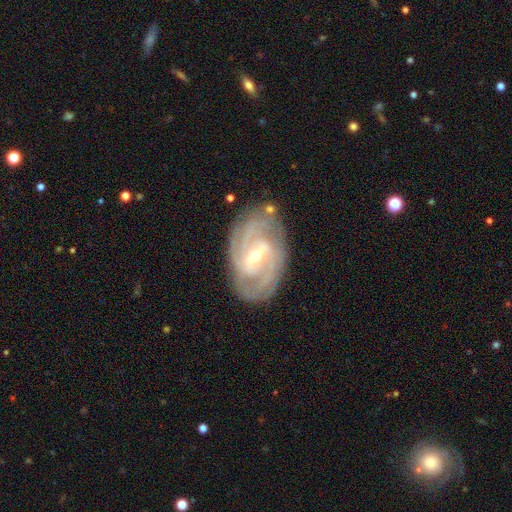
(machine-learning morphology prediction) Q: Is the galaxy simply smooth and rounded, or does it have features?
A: featured or disk — 89%.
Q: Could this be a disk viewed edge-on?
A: no — 96%.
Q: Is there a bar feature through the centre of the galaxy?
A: weak — 47%.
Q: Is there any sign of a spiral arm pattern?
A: yes — 97%.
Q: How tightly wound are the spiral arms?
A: tight — 62%.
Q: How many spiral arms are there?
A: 2 — 31%.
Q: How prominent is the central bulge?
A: moderate — 49%.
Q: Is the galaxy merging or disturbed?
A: none — 80%.